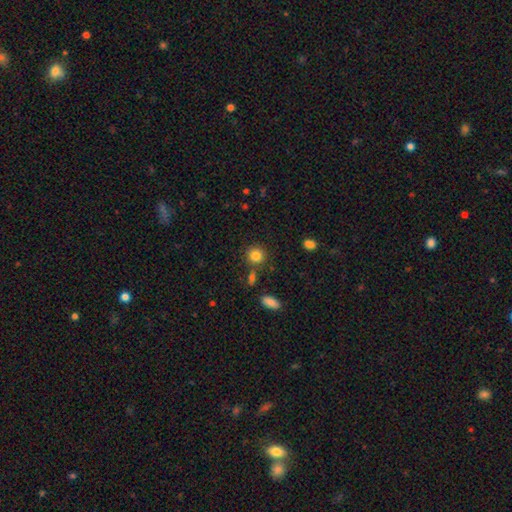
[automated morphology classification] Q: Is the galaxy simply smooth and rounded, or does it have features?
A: smooth — 84%.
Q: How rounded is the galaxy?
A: round — 86%.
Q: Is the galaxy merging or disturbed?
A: none — 81%.